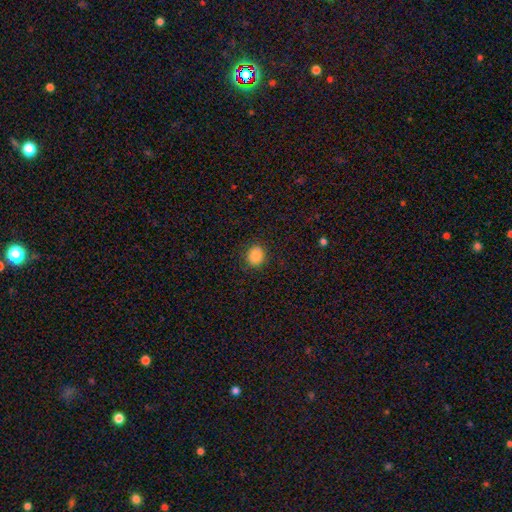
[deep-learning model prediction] smooth_or_featured: smooth (p=0.86) [alt: star or artifact p=0.10]
how_rounded: round (p=0.83) [alt: in between p=0.16]
merging: none (p=0.88) [alt: minor disturbance p=0.09]